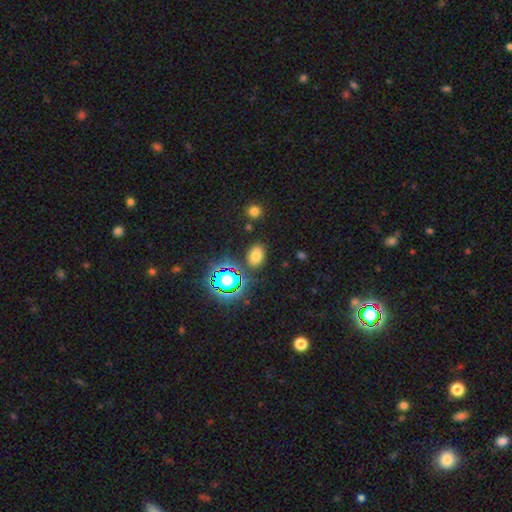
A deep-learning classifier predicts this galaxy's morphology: This appears to be a smooth galaxy with no disk features (67%) that is in between round and cigar-shaped (80%). Merging: none (83%).